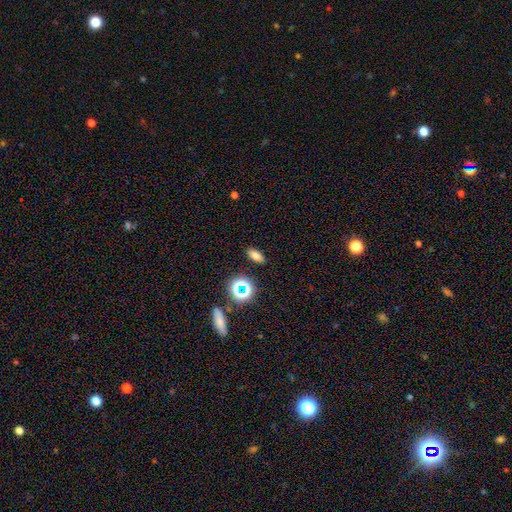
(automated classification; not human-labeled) Smooth or featured: smooth — 74% (star or artifact — 18%)
How rounded: in between — 80% (cigar-shaped — 11%)
Merging: none — 88% (minor disturbance — 8%)